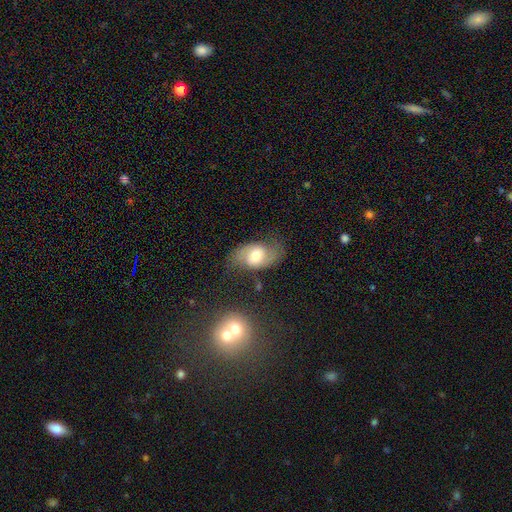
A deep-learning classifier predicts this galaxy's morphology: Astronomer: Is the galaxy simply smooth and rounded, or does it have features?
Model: featured or disk — 59%.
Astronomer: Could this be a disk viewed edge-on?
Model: no — 95%.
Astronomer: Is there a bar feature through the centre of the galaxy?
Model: weak — 43%, tied with no at 43%.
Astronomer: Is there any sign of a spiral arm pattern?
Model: yes — 84%.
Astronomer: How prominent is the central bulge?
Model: moderate — 66%.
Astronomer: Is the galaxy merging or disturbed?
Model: none — 63%.